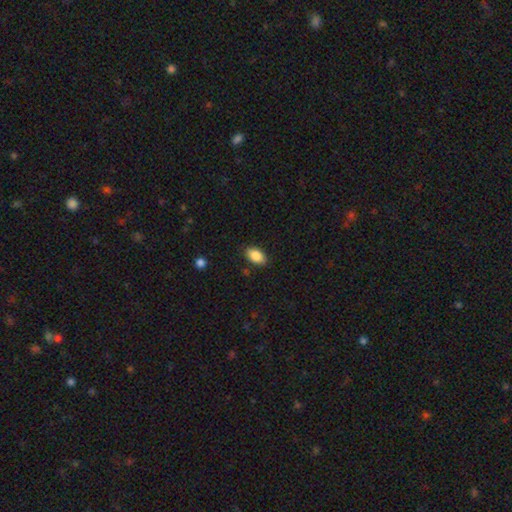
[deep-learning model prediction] Smooth or featured? smooth (87%)
How rounded? in between (93%)
Merging? none (87%)